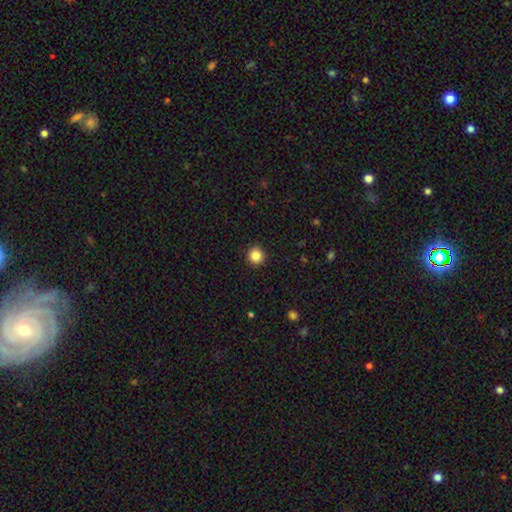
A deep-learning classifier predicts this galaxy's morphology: smooth 86%, star or artifact 11%, featured or disk 4%. Down the decision tree: how rounded — round (94%); merging — none (93%).